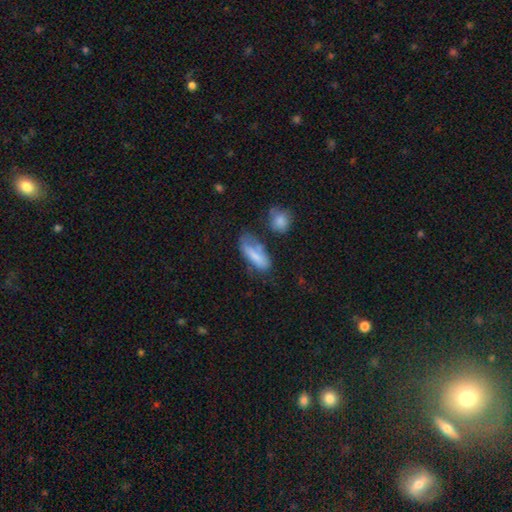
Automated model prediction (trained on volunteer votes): Morphology: type=smooth (73%); roundness=in between (65%); merging=none (43%).